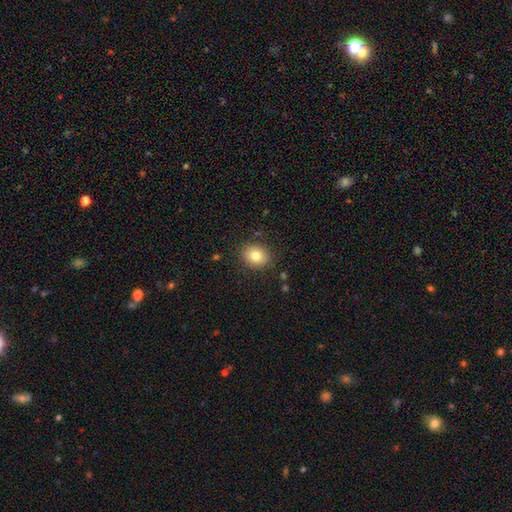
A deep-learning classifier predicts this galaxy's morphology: Smooth or featured? smooth (81%)
How rounded? round (57%)
Merging? none (86%)